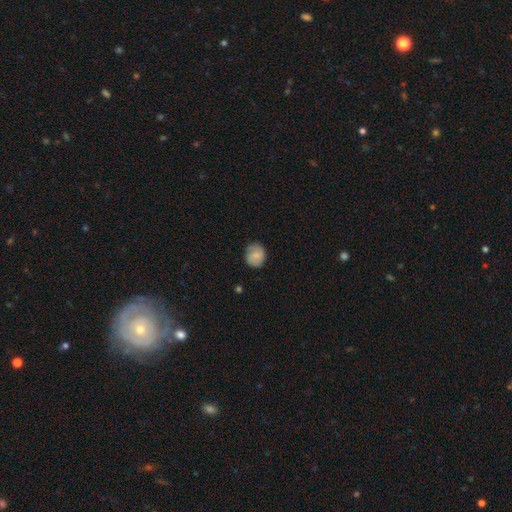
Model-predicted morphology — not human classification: type=smooth (77%); roundness=round (76%); merging=none (78%).